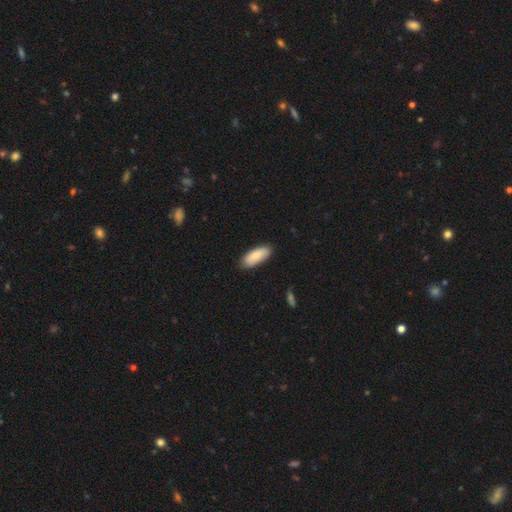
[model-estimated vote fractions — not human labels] Q: Smooth or featured?
A: smooth (82%); runner-up: featured or disk (12%)
Q: How rounded?
A: in between (82%); runner-up: cigar-shaped (17%)
Q: Merging?
A: none (84%); runner-up: minor disturbance (13%)